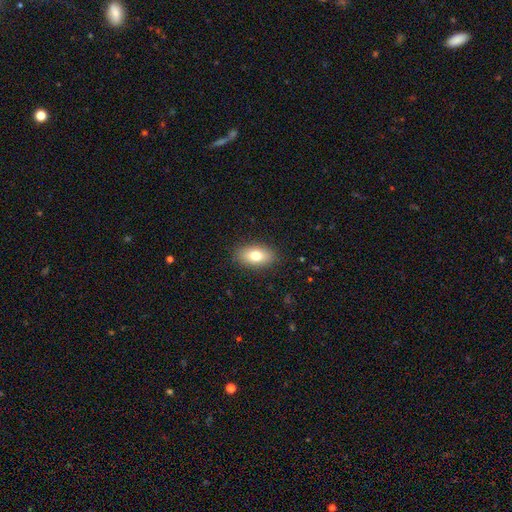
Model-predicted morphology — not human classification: This is likely a smooth galaxy (75%). How rounded: clearly in between (88%). Merging: clearly none (88%).